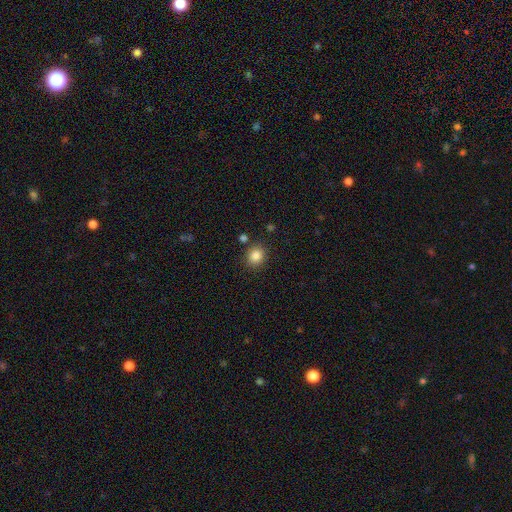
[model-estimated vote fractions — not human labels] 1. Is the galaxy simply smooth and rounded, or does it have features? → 85% smooth, 10% star or artifact, 5% featured or disk.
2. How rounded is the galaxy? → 77% round, 22% in between, 1% cigar-shaped.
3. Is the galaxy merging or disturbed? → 83% none, 9% minor disturbance, 5% merger, 3% major disturbance.